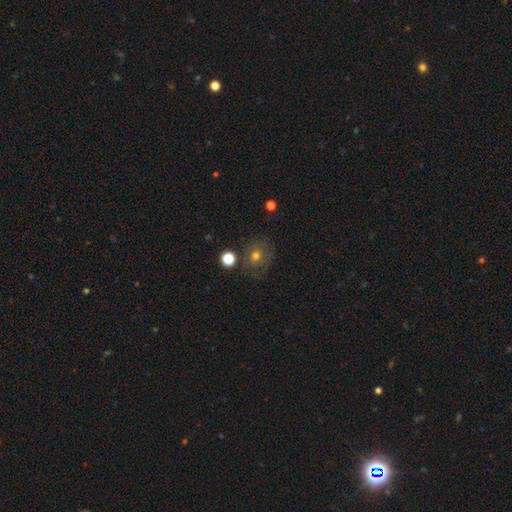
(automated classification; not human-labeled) Overall: smooth (58%; featured or disk 25%). How rounded: round (76%). Merging: none (73%).